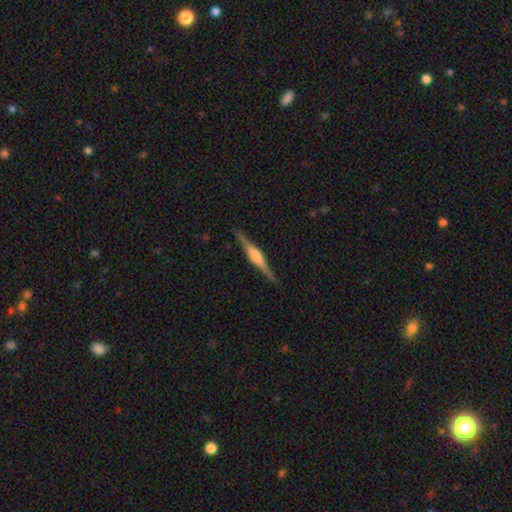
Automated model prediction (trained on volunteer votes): Smooth or featured? featured or disk (73%)
Edge-on disk? yes (98%)
Edge-on bulge? rounded (71%)
Merging? none (90%)